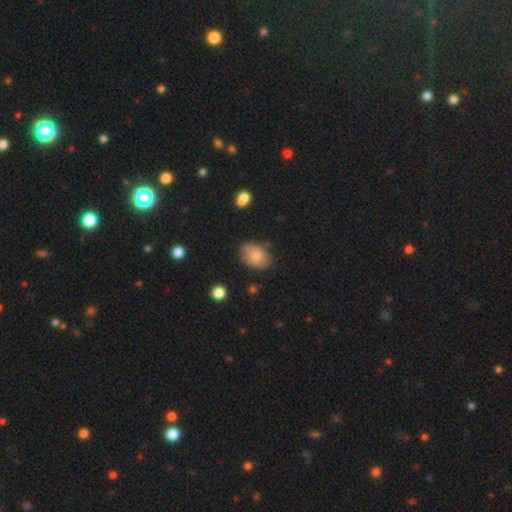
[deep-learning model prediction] A smooth galaxy with no disk features (77%) that is in between round and cigar-shaped (78%).

Vote fractions:
- Smooth or featured? smooth: 77% / featured or disk: 15% / star or artifact: 8%
- How rounded? in between: 78% / round: 21% / cigar-shaped: 1%
- Merging? none: 72% / minor disturbance: 21% / major disturbance: 5% / merger: 3%